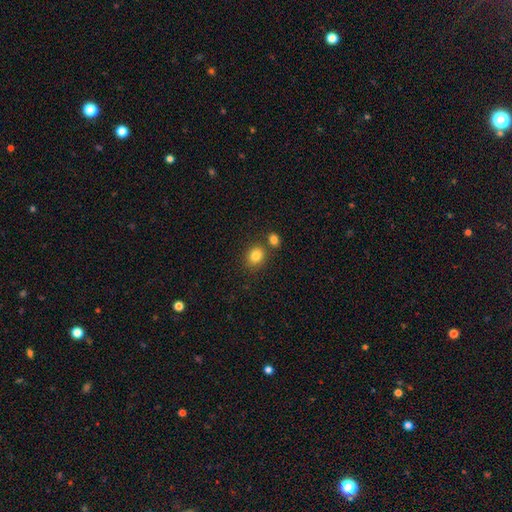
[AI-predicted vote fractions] This is clearly a smooth galaxy (83%). How rounded: likely round (64%). Merging: likely none (72%).